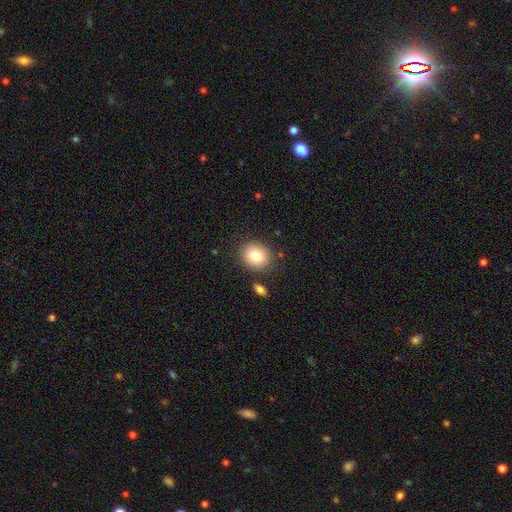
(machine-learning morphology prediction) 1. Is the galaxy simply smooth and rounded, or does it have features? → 81% smooth, 10% featured or disk, 9% star or artifact.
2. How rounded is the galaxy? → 72% round, 27% in between, 1% cigar-shaped.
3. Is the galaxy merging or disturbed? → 83% none, 10% minor disturbance, 4% merger, 3% major disturbance.